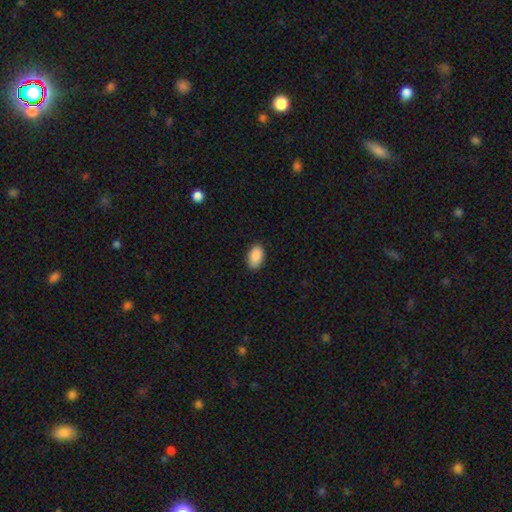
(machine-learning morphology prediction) A smooth galaxy with no disk features (90%) that is in between round and cigar-shaped (93%).

Vote fractions:
- Smooth or featured? smooth: 90% / star or artifact: 7% / featured or disk: 3%
- How rounded? in between: 93% / round: 6% / cigar-shaped: 1%
- Merging? none: 86% / minor disturbance: 11% / major disturbance: 2% / merger: 1%